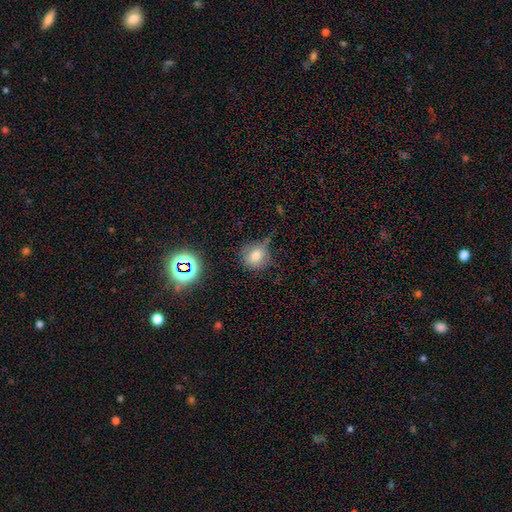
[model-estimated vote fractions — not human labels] This appears to be a smooth galaxy with no disk features (72%) that is round (80%). Merging: none (59%).